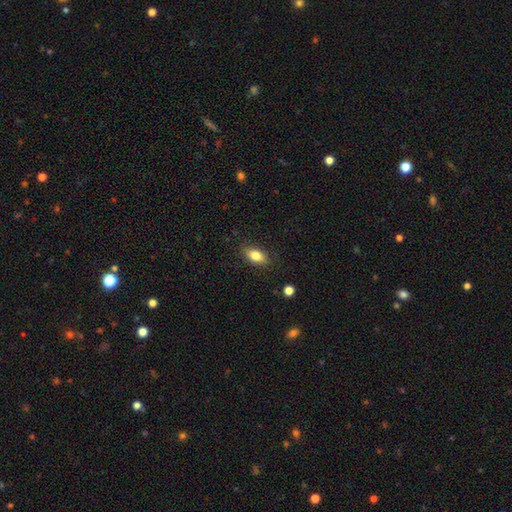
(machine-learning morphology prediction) smooth_or_featured: smooth (p=0.82) [alt: featured or disk p=0.10]
how_rounded: in between (p=0.88) [alt: cigar-shaped p=0.06]
merging: none (p=0.86) [alt: minor disturbance p=0.10]